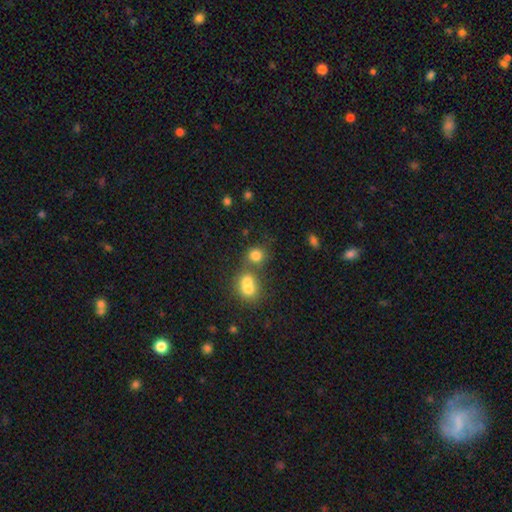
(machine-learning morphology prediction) A smooth galaxy with no disk features (78%) that is round (81%). Merging: none (50%).